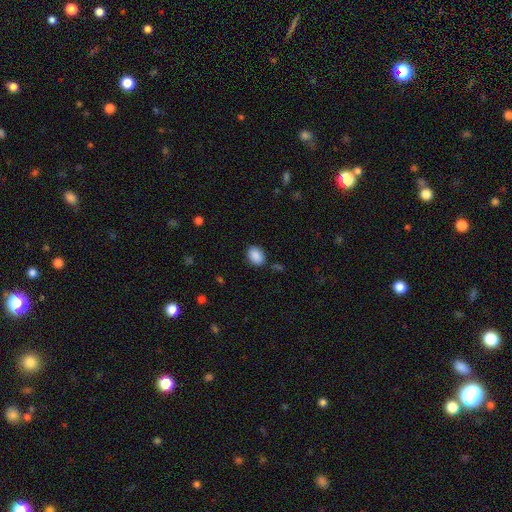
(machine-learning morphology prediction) This appears to be a smooth galaxy with no disk features (89%) that is in between round and cigar-shaped (73%). Merging: none (83%).